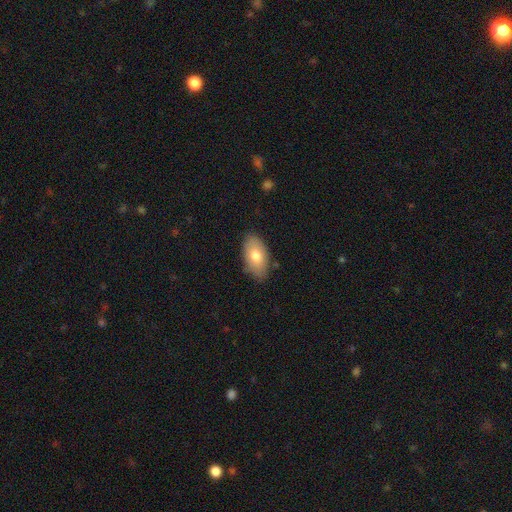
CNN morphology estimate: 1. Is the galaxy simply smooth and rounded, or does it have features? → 75% smooth, 18% featured or disk, 7% star or artifact.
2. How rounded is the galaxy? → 93% in between, 4% round, 2% cigar-shaped.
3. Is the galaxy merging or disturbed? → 81% none, 15% minor disturbance, 3% major disturbance, 1% merger.